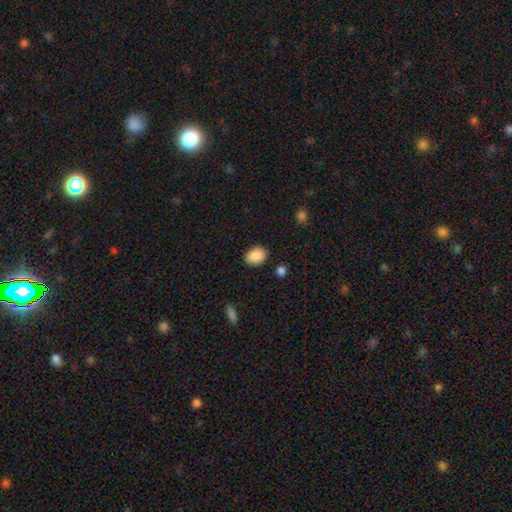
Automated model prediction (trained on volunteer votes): Morphology: type=smooth (89%); roundness=in between (68%); merging=none (86%).